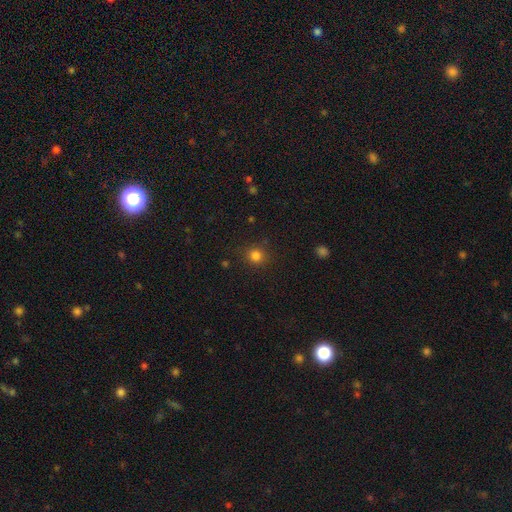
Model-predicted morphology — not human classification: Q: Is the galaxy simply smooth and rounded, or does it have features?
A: smooth — 82%.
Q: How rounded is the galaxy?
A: round — 90%.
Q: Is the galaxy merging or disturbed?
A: none — 87%.